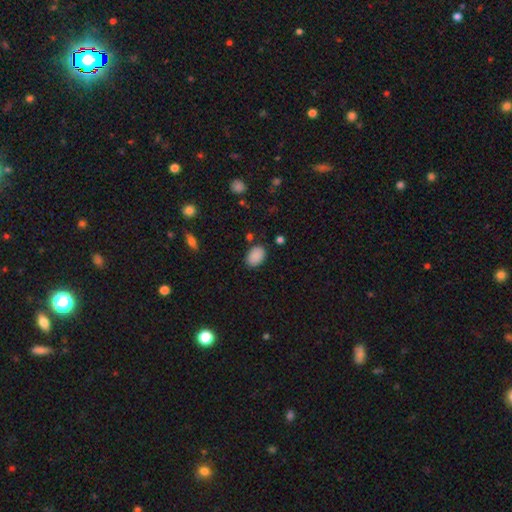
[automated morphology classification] Overall: smooth (88%). How rounded: in between (84%). Merging: none (83%).